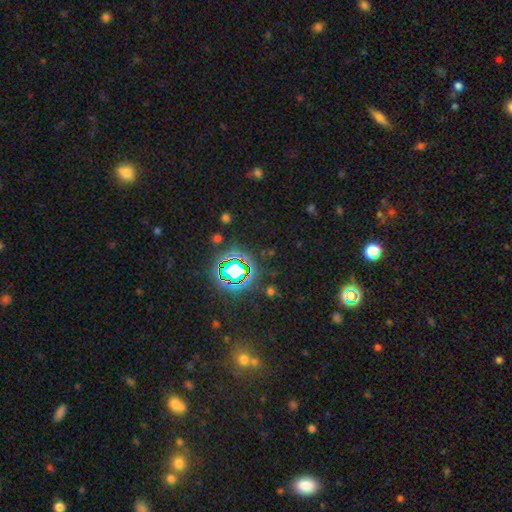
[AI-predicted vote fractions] This appears to be a star or artifact, not a galaxy (75%).